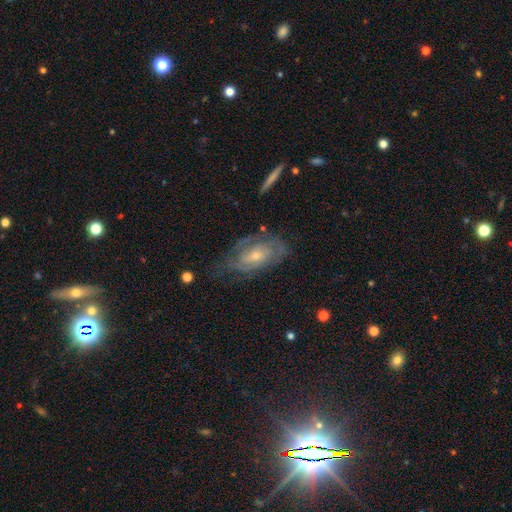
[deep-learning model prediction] Smooth or featured?
  - featured or disk: 68% *
  - smooth: 24%
  - star or artifact: 8%
Edge-on disk?
  - no: 92% *
  - yes: 8%
Bar?
  - no: 68% *
  - weak: 26%
  - strong: 5%
Spiral arms?
  - yes: 74% *
  - no: 26%
Bulge size?
  - small: 62% *
  - moderate: 34%
  - none: 2%
  - large: 2%
  - dominant: 1%
Merging?
  - none: 54% *
  - minor disturbance: 27%
  - major disturbance: 17%
  - merger: 2%